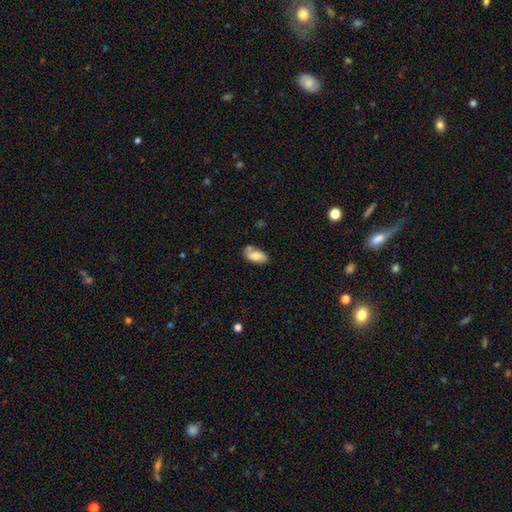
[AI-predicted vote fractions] Q: Smooth or featured?
A: smooth (77%); runner-up: featured or disk (15%)
Q: How rounded?
A: in between (93%); runner-up: cigar-shaped (4%)
Q: Merging?
A: none (58%); runner-up: minor disturbance (22%)